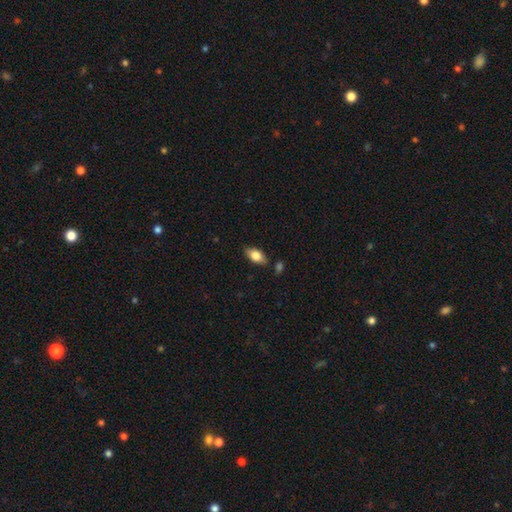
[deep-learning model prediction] This appears to be a smooth galaxy with no disk features (77%) that is in between round and cigar-shaped (89%). Merging: none (79%).